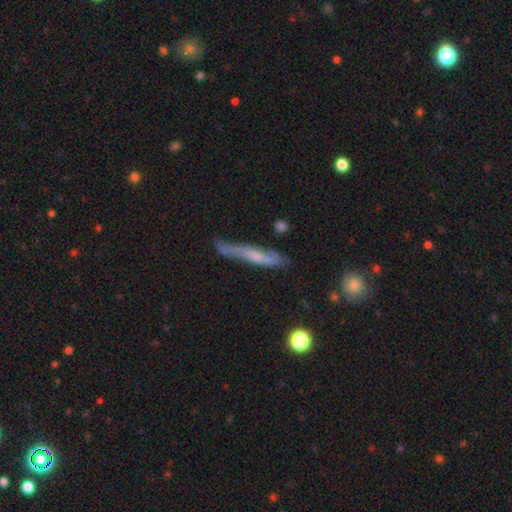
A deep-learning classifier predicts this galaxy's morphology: Smooth or featured?
  - featured or disk: 54% *
  - smooth: 39%
  - star or artifact: 7%
Edge-on disk?
  - yes: 77% *
  - no: 23%
Merging?
  - none: 68% *
  - minor disturbance: 23%
  - major disturbance: 6%
  - merger: 4%